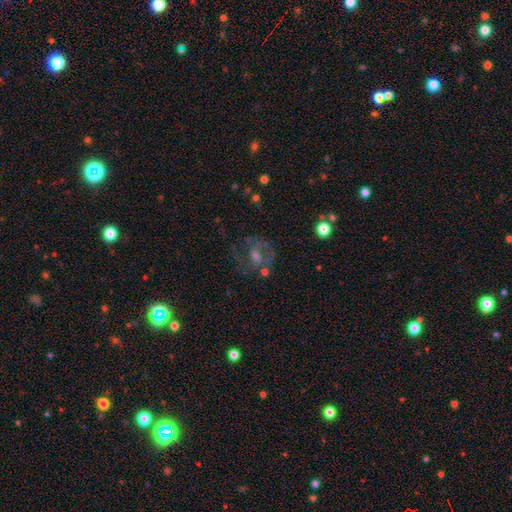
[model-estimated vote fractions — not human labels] smooth_or_featured: featured or disk (p=0.57) [alt: smooth p=0.22]
disk_edge_on: no (p=0.96) [alt: yes p=0.04]
bar: no (p=0.50) [alt: weak p=0.38]
has_spiral_arms: yes (p=0.60) [alt: no p=0.40]
bulge_size: moderate (p=0.45) [alt: small p=0.37]
merging: none (p=0.63) [alt: major disturbance p=0.16]